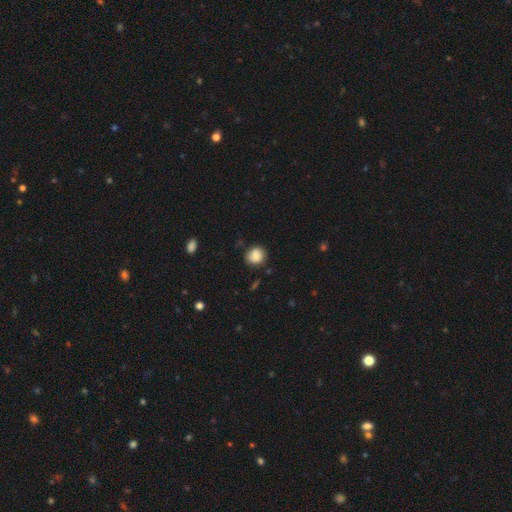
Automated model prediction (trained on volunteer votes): Morphology: type=smooth (84%); roundness=round (82%); merging=none (79%).